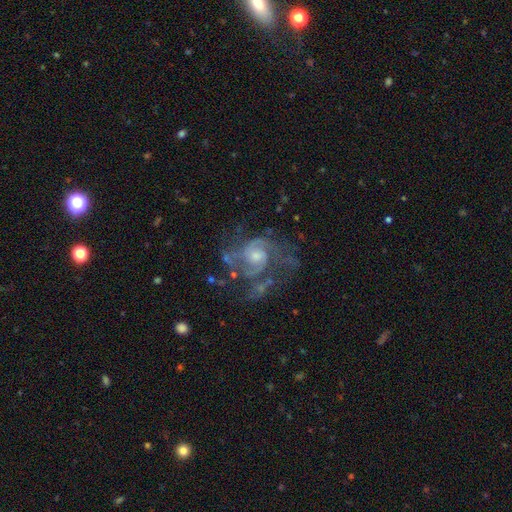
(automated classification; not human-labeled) A featured or disk galaxy (85%) with no bar (66%), 2 (45%) medium (47%) spiral arms (94%) and a moderate central bulge (50%).

Vote fractions:
- Smooth or featured? featured or disk: 85% / star or artifact: 8% / smooth: 7%
- Edge-on disk? no: 98% / yes: 2%
- Bar? no: 66% / weak: 29% / strong: 5%
- Spiral arms? yes: 94% / no: 6%
- Spiral winding? medium: 47% / tight: 39% / loose: 14%
- Spiral arm count? 2: 45% / 3: 21% / can't tell: 20% / 4: 6% / 1: 5% / more than 4: 4%
- Bulge size? moderate: 50% / small: 38% / large: 6% / none: 4% / dominant: 1%
- Merging? none: 56% / major disturbance: 21% / minor disturbance: 19% / merger: 4%